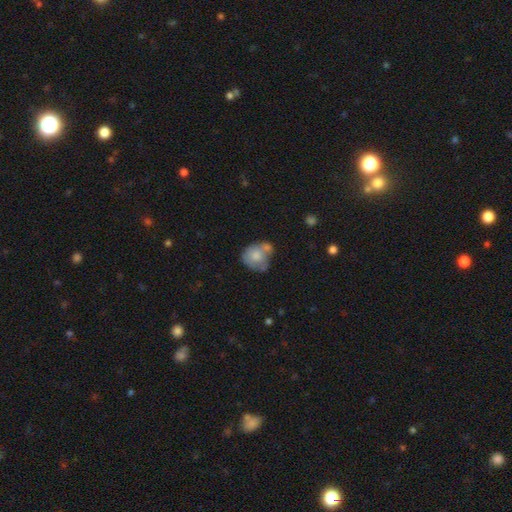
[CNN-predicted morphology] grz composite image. It shows a smooth galaxy with no disk features (69%) that is round (67%). Merging: merger (34%, tied with none).